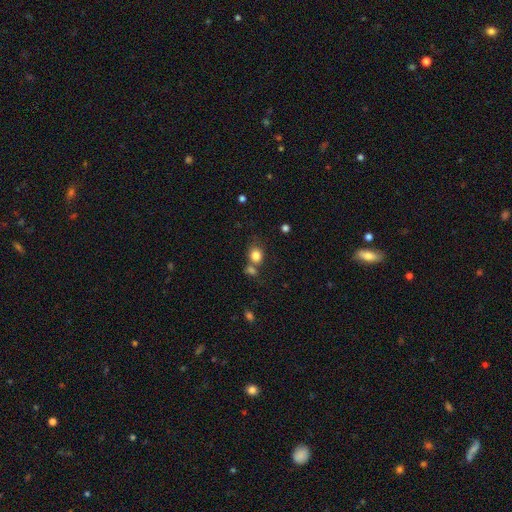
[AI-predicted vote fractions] Smooth or featured? smooth (82%)
How rounded? round (64%)
Merging? none (52%)